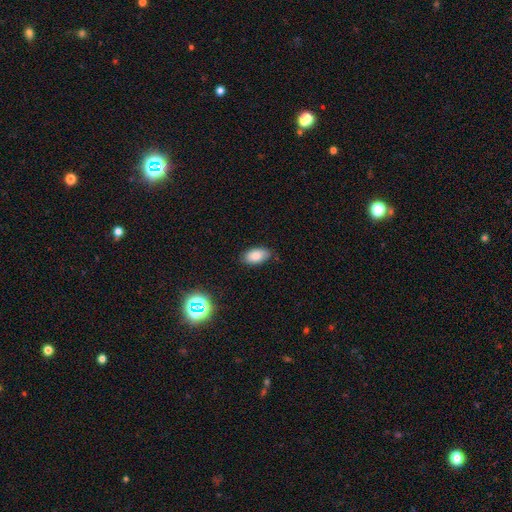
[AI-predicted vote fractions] This appears to be a smooth galaxy with no disk features (81%) that is in between round and cigar-shaped (93%). Merging: none (79%).